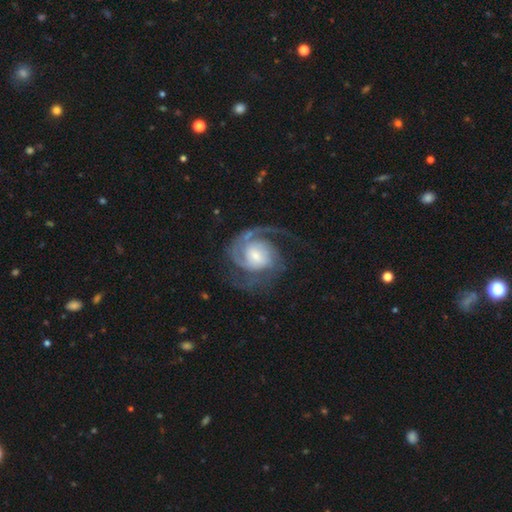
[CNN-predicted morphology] This is clearly a featured or disk galaxy (89%). It is clearly not viewed edge-on (98%). Bar: possibly no (45%). Spiral arm pattern: clearly yes (98%). Spiral arm count: possibly 2 (59%). Spiral winding: possibly medium (45%). Central bulge: marginally moderate (41%). Merging: likely none (65%).